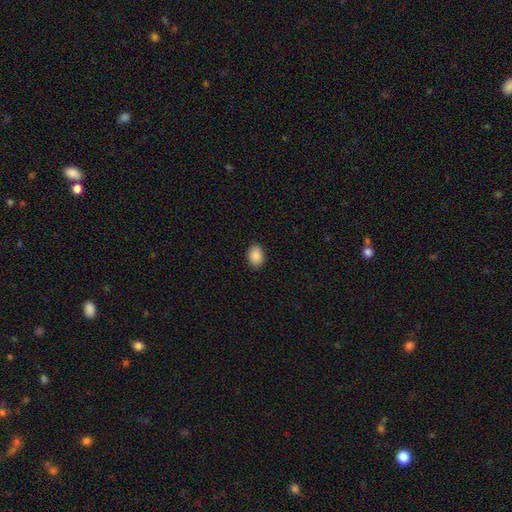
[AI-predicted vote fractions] This appears to be a smooth galaxy with no disk features (89%) that is in between round and cigar-shaped (73%). Merging: none (90%).